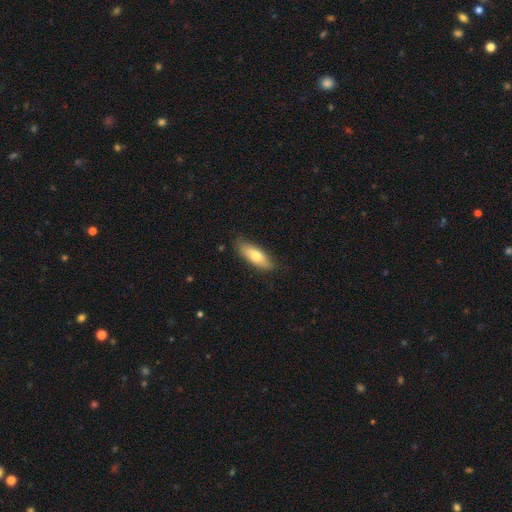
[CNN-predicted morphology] Overall: smooth (72%). How rounded: in between (66%; cigar-shaped 31%). Merging: none (80%).